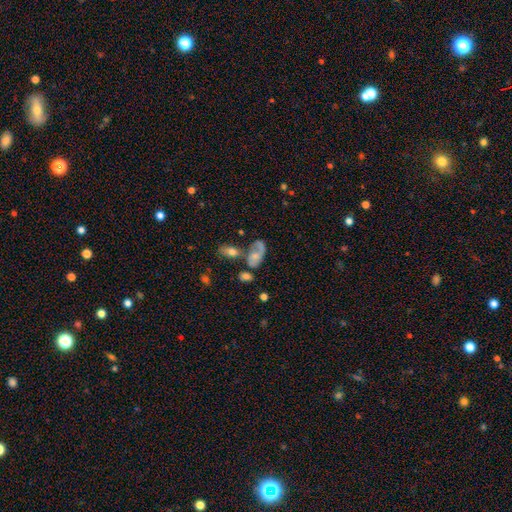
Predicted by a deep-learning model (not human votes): This is possibly a smooth galaxy (48%). Merging: marginally none (29%).